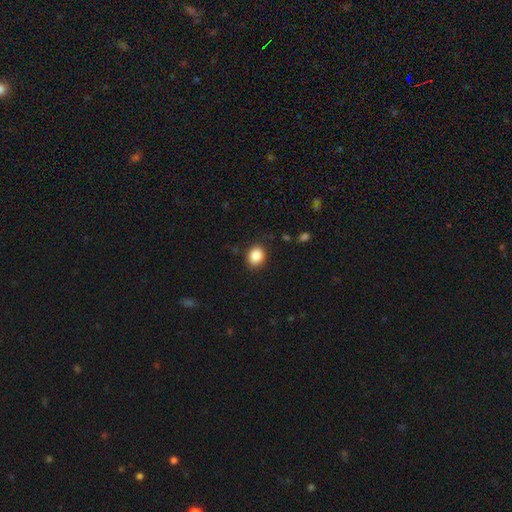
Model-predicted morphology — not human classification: A smooth galaxy with no disk features (87%) that is round (59%).

Vote fractions:
- Smooth or featured? smooth: 87% / star or artifact: 9% / featured or disk: 4%
- How rounded? round: 59% / in between: 40% / cigar-shaped: 1%
- Merging? none: 87% / minor disturbance: 10% / major disturbance: 3% / merger: 1%